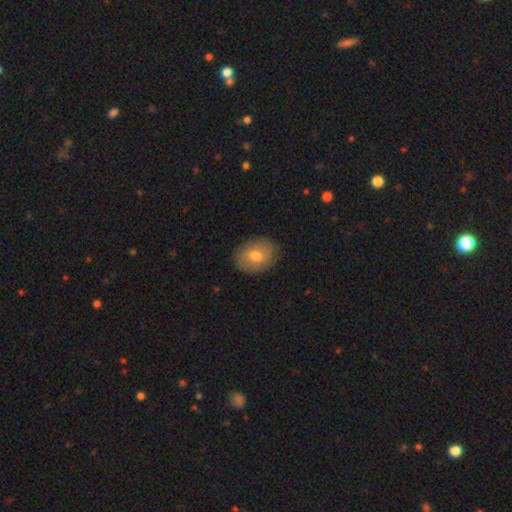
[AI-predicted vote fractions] This is likely a smooth galaxy (67%). How rounded: likely in between (63%). Merging: clearly none (84%).